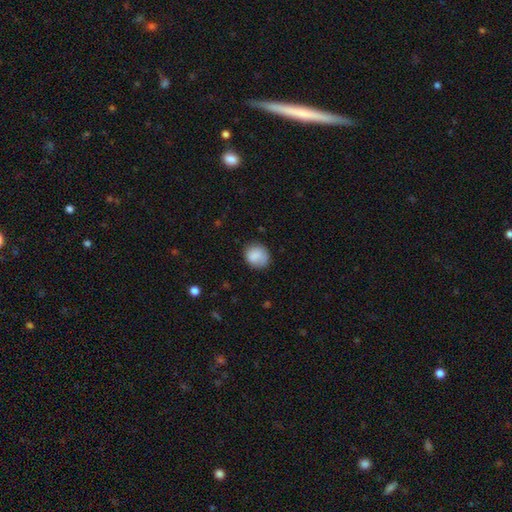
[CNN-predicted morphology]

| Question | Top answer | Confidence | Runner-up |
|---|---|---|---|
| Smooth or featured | smooth | 84% | featured or disk (8%) |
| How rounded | round | 75% | in between (24%) |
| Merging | none | 76% | minor disturbance (17%) |